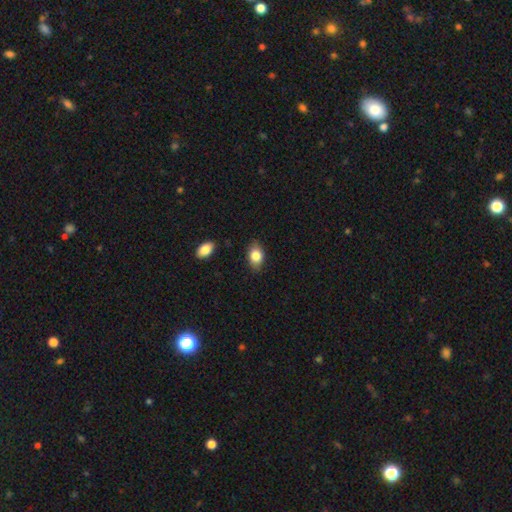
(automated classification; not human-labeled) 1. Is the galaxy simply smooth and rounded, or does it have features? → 82% smooth, 11% featured or disk, 8% star or artifact.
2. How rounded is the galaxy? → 86% in between, 12% round, 2% cigar-shaped.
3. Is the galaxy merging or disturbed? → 83% none, 13% minor disturbance, 3% major disturbance, 2% merger.